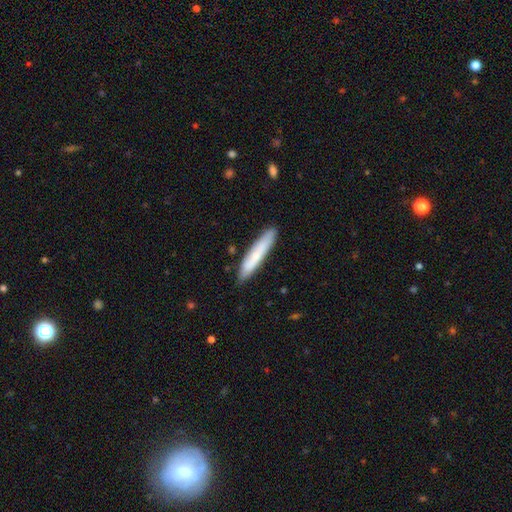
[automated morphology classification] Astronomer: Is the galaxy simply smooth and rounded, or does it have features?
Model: smooth — 67%.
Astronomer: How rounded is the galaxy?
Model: cigar-shaped — 90%.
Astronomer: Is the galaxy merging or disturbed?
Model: none — 85%.